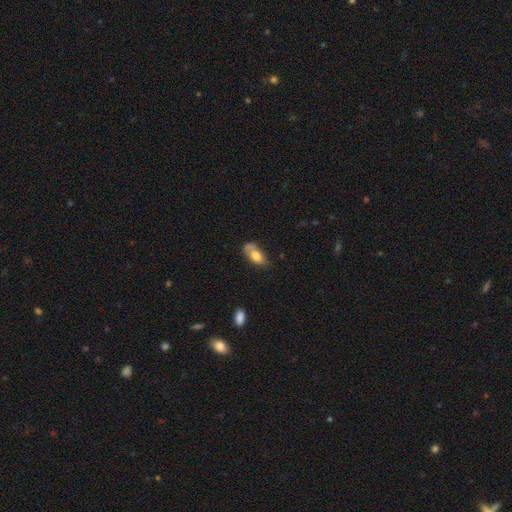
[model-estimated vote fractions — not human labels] Smooth or featured: smooth — 72% (featured or disk — 20%)
How rounded: in between — 85% (cigar-shaped — 8%)
Merging: none — 39% (minor disturbance — 26%)